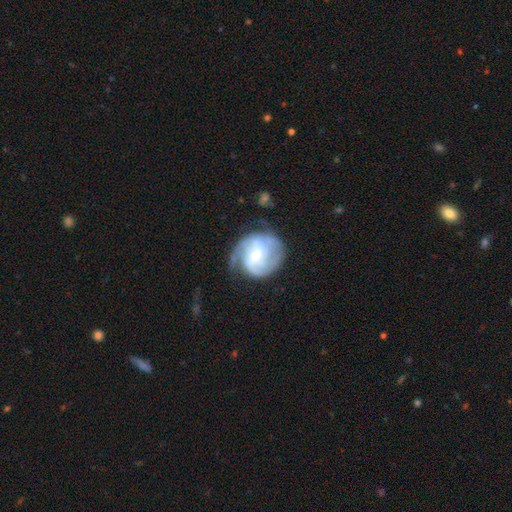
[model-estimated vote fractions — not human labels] A featured or disk galaxy (78%) with no bar (55%), 2 (36%) tight (44%) spiral arms (91%) and a small central bulge (65%).

Vote fractions:
- Smooth or featured? featured or disk: 78% / smooth: 16% / star or artifact: 6%
- Edge-on disk? no: 98% / yes: 2%
- Bar? no: 55% / weak: 35% / strong: 9%
- Spiral arms? yes: 91% / no: 9%
- Spiral winding? tight: 44% / medium: 40% / loose: 16%
- Spiral arm count? 2: 36% / can't tell: 26% / 3: 21% / 1: 7% / 4: 6% / more than 4: 4%
- Bulge size? small: 65% / moderate: 30% / large: 2% / none: 2% / dominant: 1%
- Merging? none: 56% / minor disturbance: 24% / major disturbance: 17% / merger: 3%